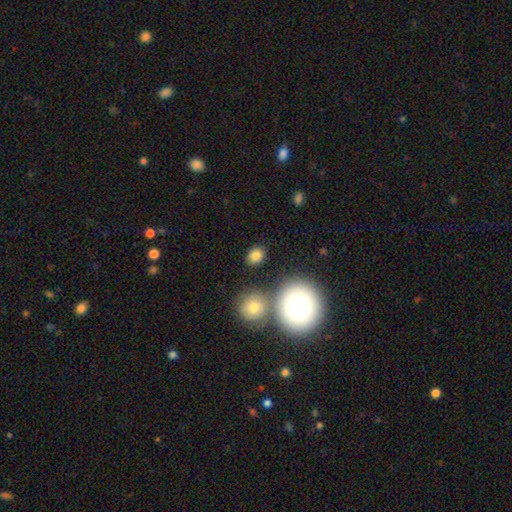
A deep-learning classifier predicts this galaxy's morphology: Overall: smooth (81%). How rounded: round (55%; in between 43%). Merging: none (82%).